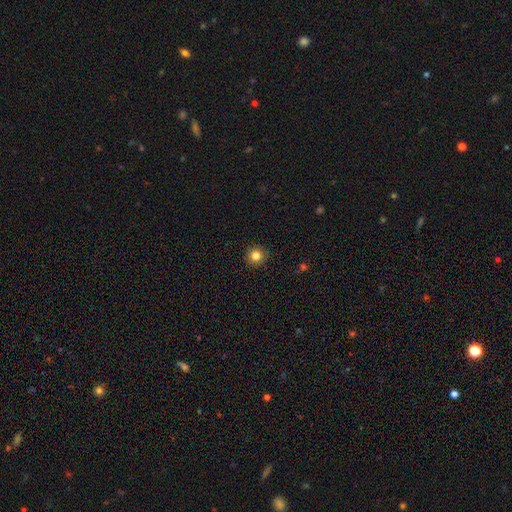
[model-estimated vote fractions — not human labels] Q: Smooth or featured?
A: smooth (82%); runner-up: star or artifact (12%)
Q: How rounded?
A: round (94%); runner-up: in between (5%)
Q: Merging?
A: none (92%); runner-up: minor disturbance (6%)